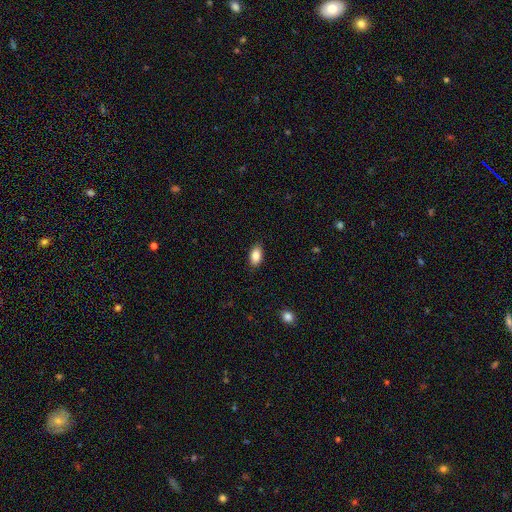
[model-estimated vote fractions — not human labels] This appears to be a smooth galaxy with no disk features (86%) that is in between round and cigar-shaped (92%). Merging: none (88%).